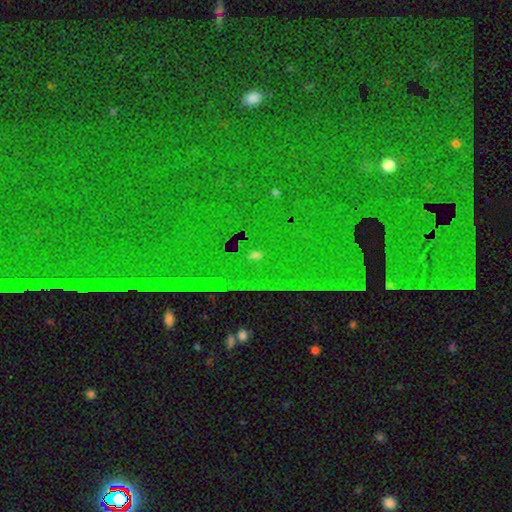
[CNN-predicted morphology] smooth-or-featured: star or artifact: 76% | smooth: 13% | featured or disk: 10%